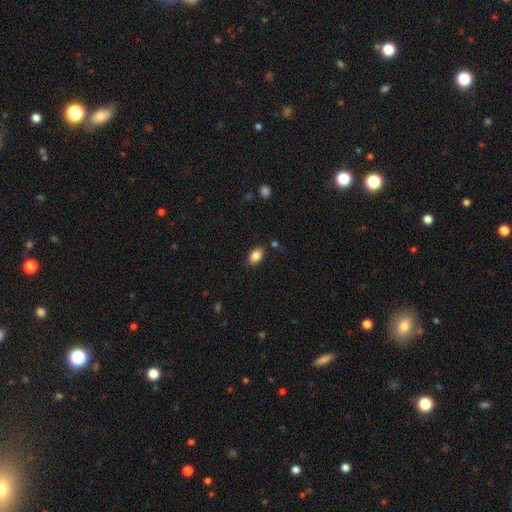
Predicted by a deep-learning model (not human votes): The model was most divided on "merging": none: 84%, minor disturbance: 11%, major disturbance: 3%, merger: 2%. More confident: how rounded — in between (88%); smooth or featured — smooth (85%).